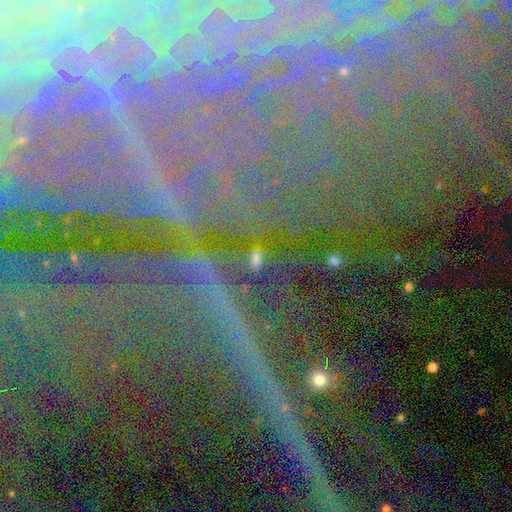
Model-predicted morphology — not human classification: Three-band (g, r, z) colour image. It shows a star or artifact, not a galaxy (80%).